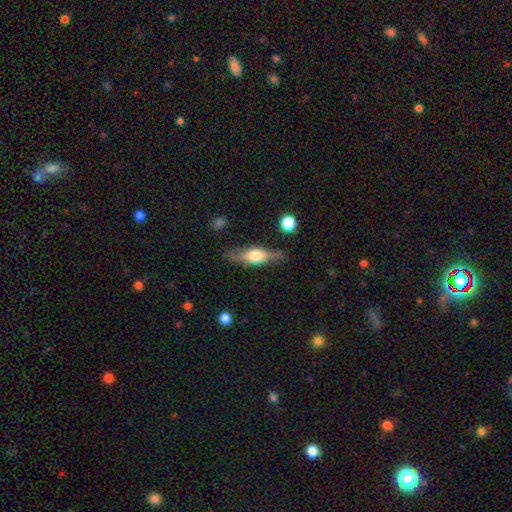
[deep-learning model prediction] Smooth or featured? featured or disk (48%)
Merging? none (75%)